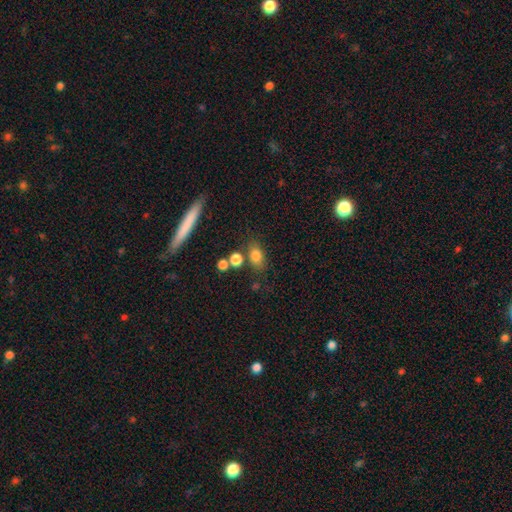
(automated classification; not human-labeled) Smooth or featured? smooth (79%)
How rounded? in between (70%)
Merging? none (70%)